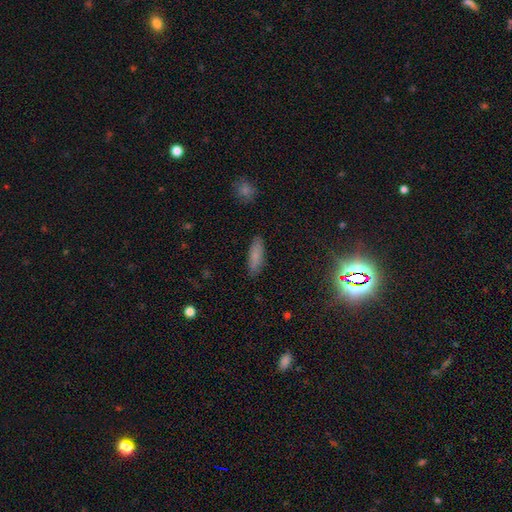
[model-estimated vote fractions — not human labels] Smooth or featured? Predicted: smooth (p=0.81). How rounded? Predicted: in between (p=0.55). Merging? Predicted: none (p=0.87).